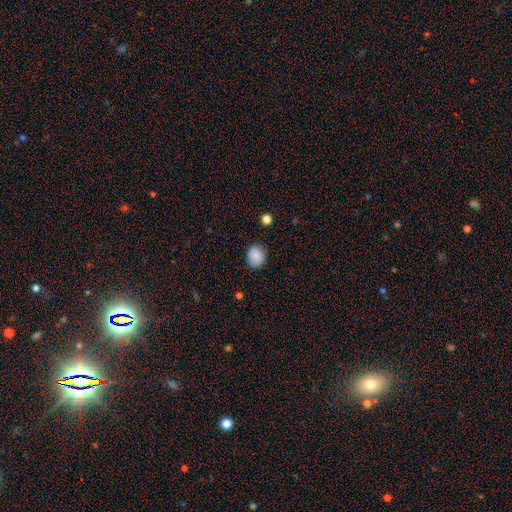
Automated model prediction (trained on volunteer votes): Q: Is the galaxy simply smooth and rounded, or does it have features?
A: smooth — 88%.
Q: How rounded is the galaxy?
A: round — 57%.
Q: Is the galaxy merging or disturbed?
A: none — 82%.